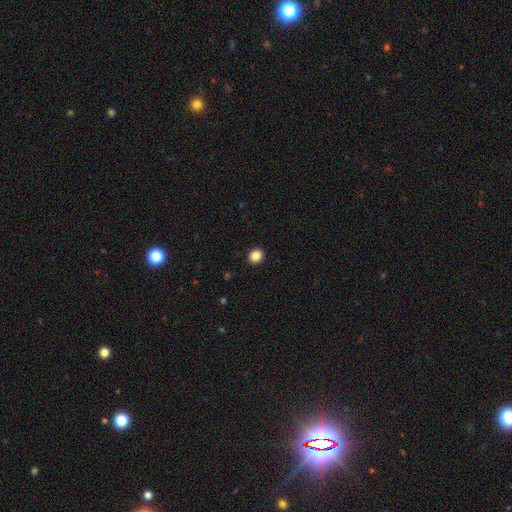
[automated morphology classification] Smooth or featured?
  - smooth: 87% *
  - star or artifact: 10%
  - featured or disk: 3%
How rounded?
  - round: 76% *
  - in between: 23%
  - cigar-shaped: 1%
Merging?
  - none: 92% *
  - minor disturbance: 5%
  - major disturbance: 2%
  - merger: 1%